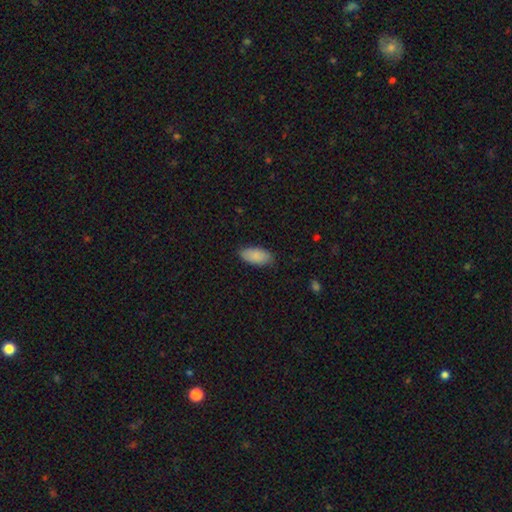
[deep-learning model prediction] This appears to be a smooth galaxy with no disk features (89%) that is in between round and cigar-shaped (92%). Merging: none (83%).